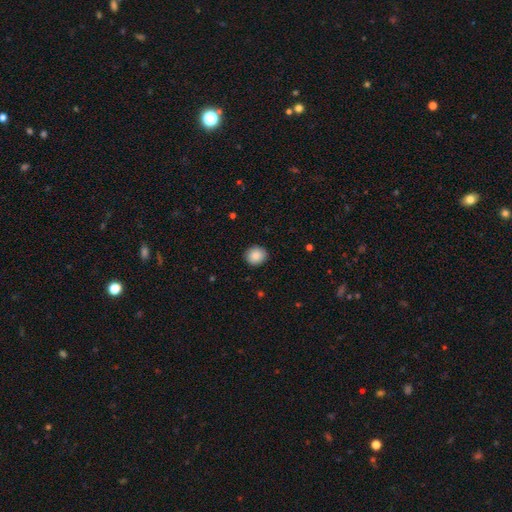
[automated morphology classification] Smooth or featured: smooth — 88% (star or artifact — 8%)
How rounded: round — 83% (in between — 16%)
Merging: none — 91% (minor disturbance — 7%)